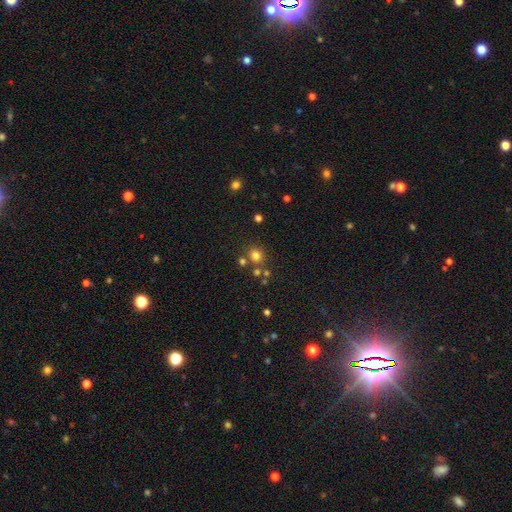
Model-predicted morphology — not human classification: smooth_or_featured: smooth (p=0.75) [alt: star or artifact p=0.18]
how_rounded: round (p=0.85) [alt: in between p=0.14]
merging: none (p=0.73) [alt: merger p=0.15]